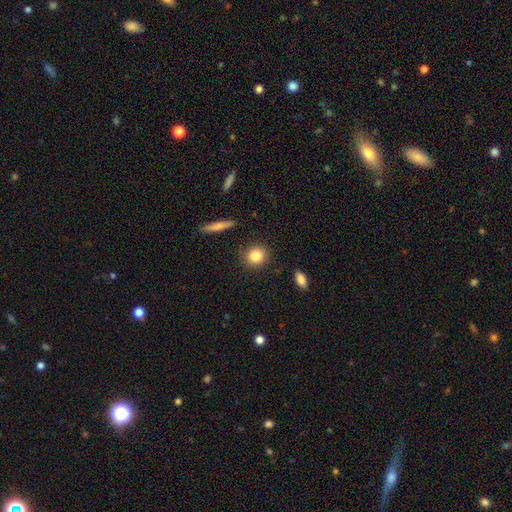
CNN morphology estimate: smooth 85%, star or artifact 8%, featured or disk 7%. Down the decision tree: how rounded — round (79%); merging — none (87%).